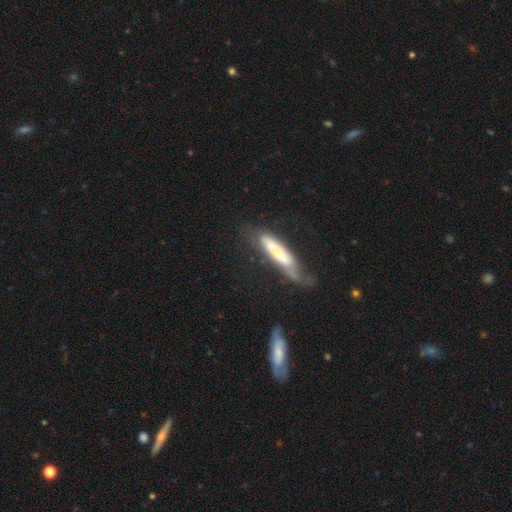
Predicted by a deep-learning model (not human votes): A featured or disk galaxy (46%).

Vote fractions:
- Smooth or featured? featured or disk: 46% / smooth: 39% / star or artifact: 14%
- Merging? none: 63% / minor disturbance: 20% / major disturbance: 10% / merger: 7%